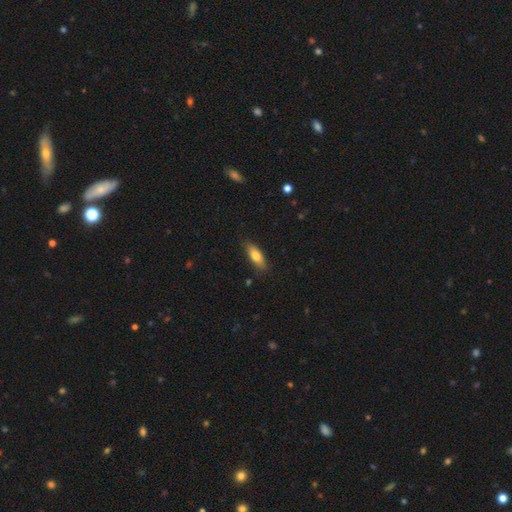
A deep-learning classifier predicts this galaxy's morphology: smooth_or_featured: smooth (p=0.75) [alt: featured or disk p=0.19]
how_rounded: in between (p=0.67) [alt: cigar-shaped p=0.30]
merging: none (p=0.83) [alt: minor disturbance p=0.13]